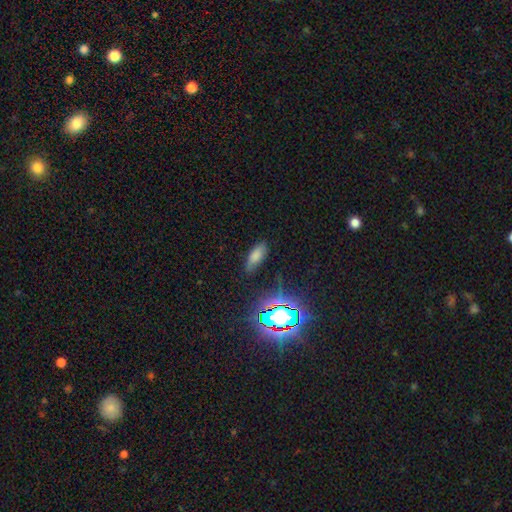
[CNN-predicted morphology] Q: Smooth or featured?
A: smooth (70%); runner-up: star or artifact (18%)
Q: How rounded?
A: in between (76%); runner-up: cigar-shaped (21%)
Q: Merging?
A: none (75%); runner-up: minor disturbance (17%)